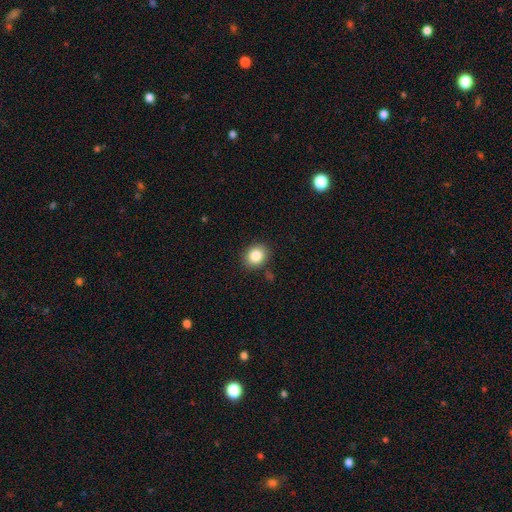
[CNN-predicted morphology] smooth-or-featured: smooth: 85% | star or artifact: 9% | featured or disk: 6%
  how-rounded: round: 63% | in between: 36% | cigar-shaped: 1%
  merging: none: 85% | minor disturbance: 10% | major disturbance: 3% | merger: 3%